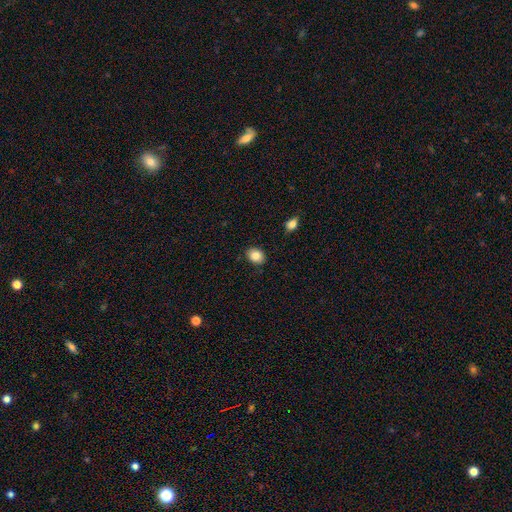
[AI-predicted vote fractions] Smooth or featured: smooth — 84% (star or artifact — 9%)
How rounded: in between — 59% (round — 40%)
Merging: none — 88% (minor disturbance — 9%)